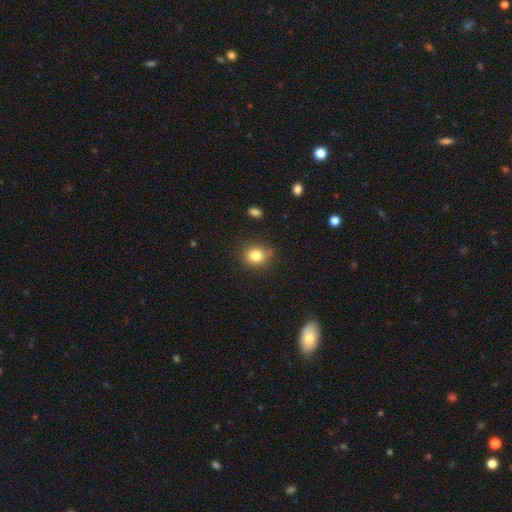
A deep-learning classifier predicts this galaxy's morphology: A smooth galaxy with no disk features (81%) that is round (80%). Merging: none (79%).